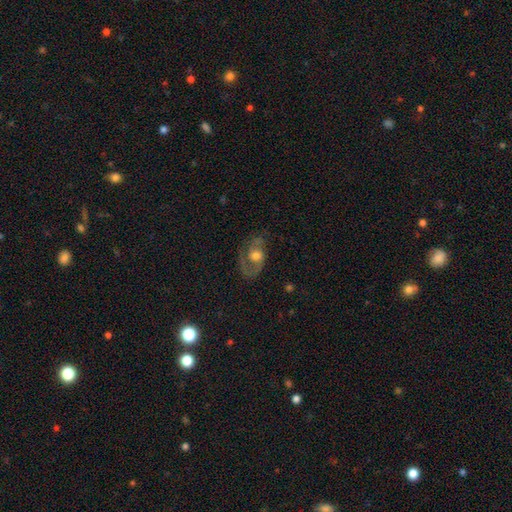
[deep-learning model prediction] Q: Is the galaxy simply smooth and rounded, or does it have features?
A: featured or disk — 66%.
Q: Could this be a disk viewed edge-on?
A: no — 95%.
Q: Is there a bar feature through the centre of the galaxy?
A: no — 71%.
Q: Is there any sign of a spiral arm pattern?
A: yes — 78%.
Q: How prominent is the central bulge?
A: moderate — 60%.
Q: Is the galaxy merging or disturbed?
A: none — 58%.